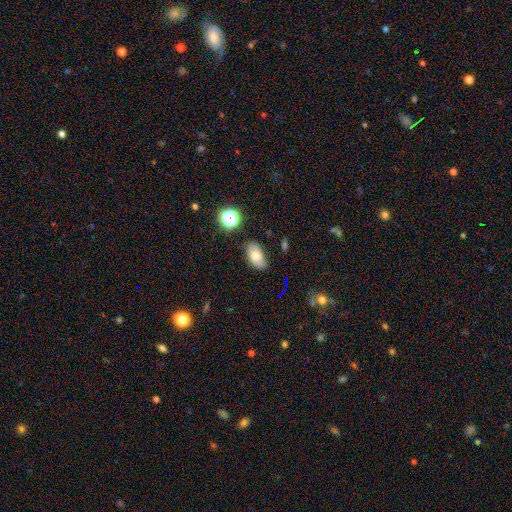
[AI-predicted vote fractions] Q: Smooth or featured?
A: smooth (72%); runner-up: featured or disk (16%)
Q: How rounded?
A: in between (92%); runner-up: round (6%)
Q: Merging?
A: none (73%); runner-up: minor disturbance (20%)